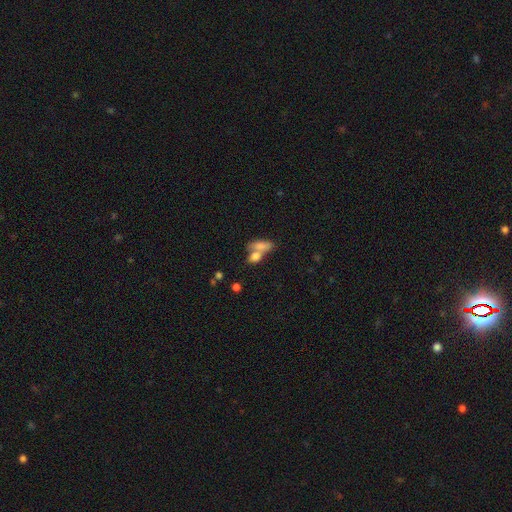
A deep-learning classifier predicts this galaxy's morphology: smooth-or-featured: smooth: 77% | featured or disk: 14% | star or artifact: 9%
  how-rounded: in between: 70% | round: 18% | cigar-shaped: 12%
  merging: merger: 56% | none: 30% | minor disturbance: 9% | major disturbance: 5%